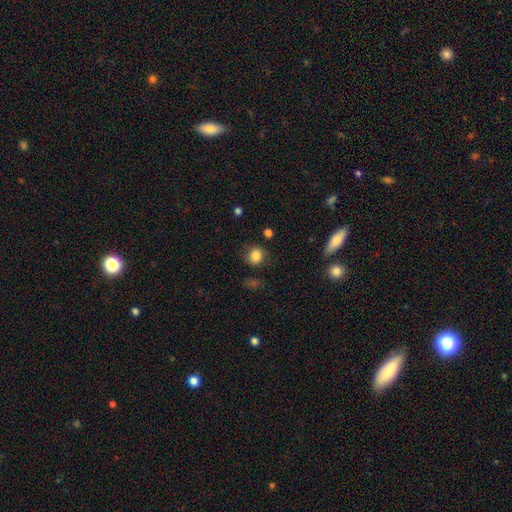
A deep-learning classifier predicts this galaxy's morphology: Overall: smooth (84%). How rounded: round (85%). Merging: none (80%).